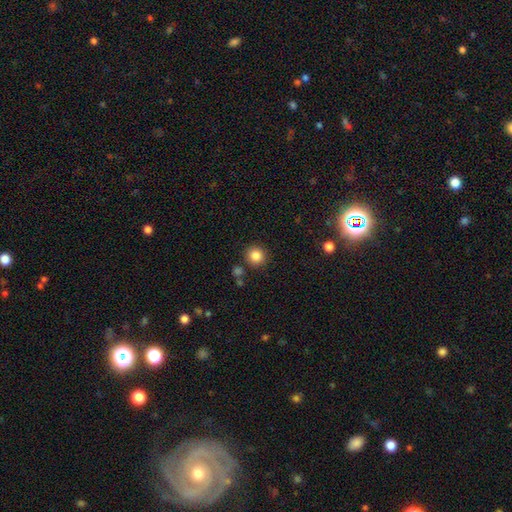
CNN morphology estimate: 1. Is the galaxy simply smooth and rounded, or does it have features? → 85% smooth, 11% star or artifact, 5% featured or disk.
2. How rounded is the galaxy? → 93% round, 6% in between, 1% cigar-shaped.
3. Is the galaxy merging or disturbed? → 88% none, 6% minor disturbance, 4% merger, 2% major disturbance.